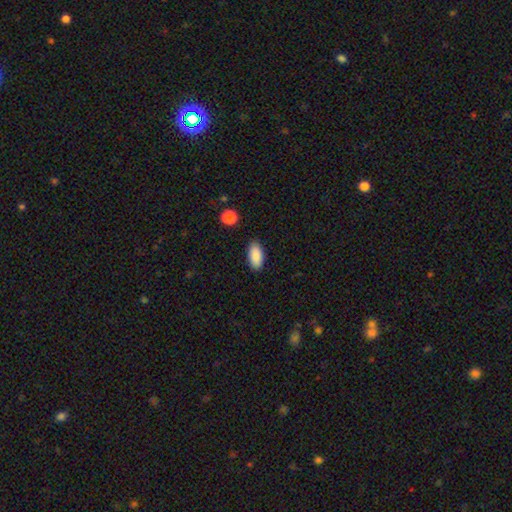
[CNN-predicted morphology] This appears to be a smooth galaxy with no disk features (90%) that is in between round and cigar-shaped (92%). Merging: none (87%).